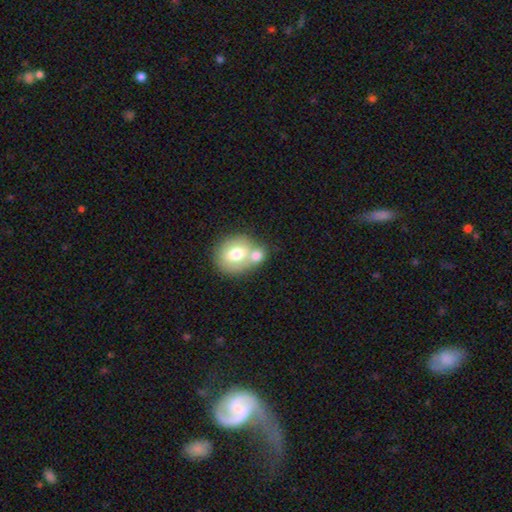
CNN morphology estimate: smooth_or_featured: smooth (p=0.69) [alt: featured or disk p=0.24]
how_rounded: round (p=0.60) [alt: in between p=0.38]
merging: merger (p=0.54) [alt: none p=0.34]